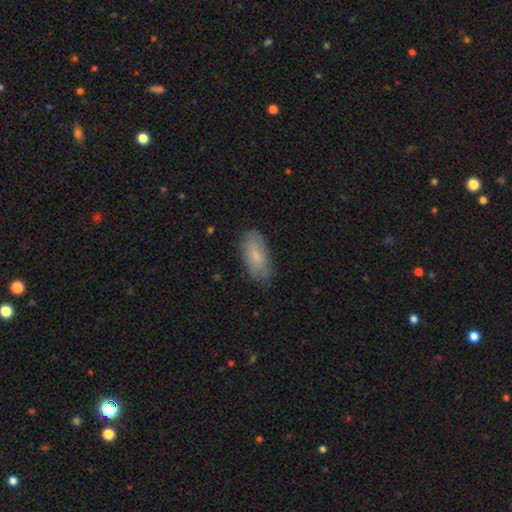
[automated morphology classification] This appears to be a smooth galaxy with no disk features (72%) that is in between round and cigar-shaped (88%). Merging: none (79%).